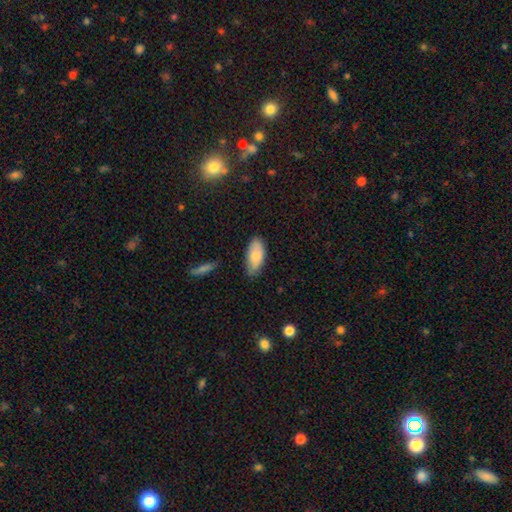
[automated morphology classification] smooth 80%, featured or disk 14%, star or artifact 6%. Down the decision tree: how rounded — in between (90%); merging — none (77%).